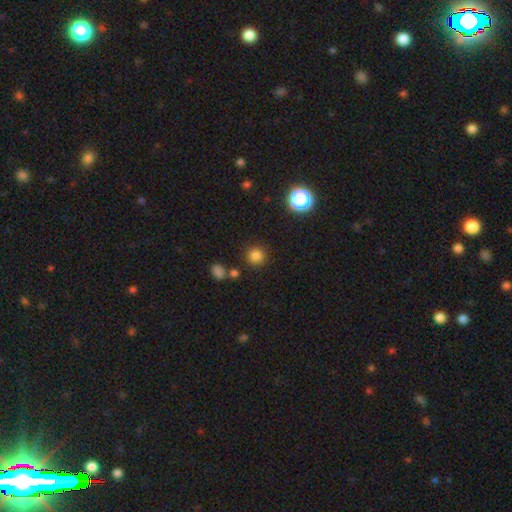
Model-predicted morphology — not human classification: A smooth galaxy with no disk features (80%) that is round (94%).

Vote fractions:
- Smooth or featured? smooth: 80% / star or artifact: 15% / featured or disk: 5%
- How rounded? round: 94% / in between: 5% / cigar-shaped: 1%
- Merging? none: 85% / minor disturbance: 7% / merger: 4% / major disturbance: 3%